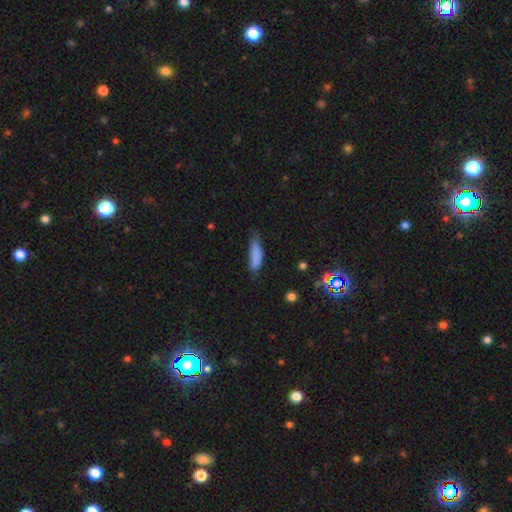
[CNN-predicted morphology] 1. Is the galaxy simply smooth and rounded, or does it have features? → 82% smooth, 10% featured or disk, 8% star or artifact.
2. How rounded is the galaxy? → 60% cigar-shaped, 39% in between, 2% round.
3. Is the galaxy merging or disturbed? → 54% none, 34% minor disturbance, 9% major disturbance, 2% merger.